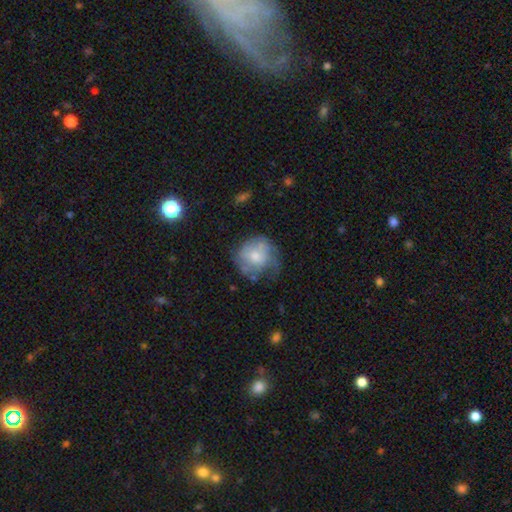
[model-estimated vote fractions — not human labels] Smooth or featured? Predicted: featured or disk (p=0.50). Merging? Predicted: none (p=0.50).